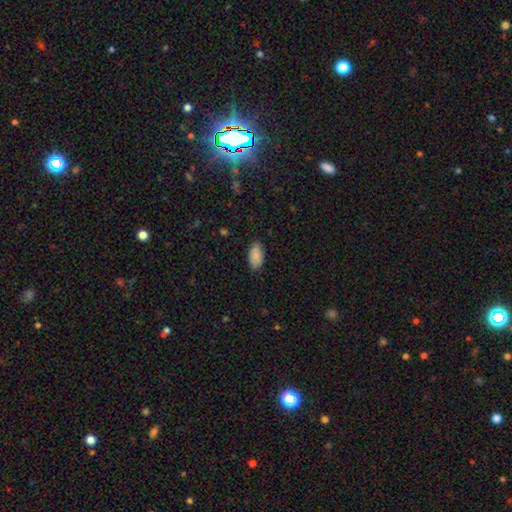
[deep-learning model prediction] Morphology: type=smooth (85%); roundness=in between (94%); merging=none (85%).